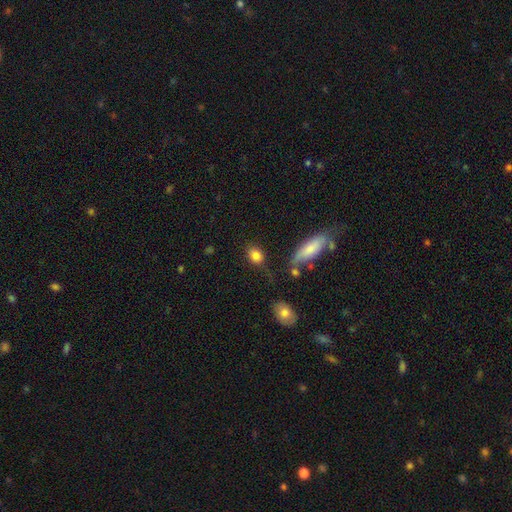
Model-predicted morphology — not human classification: This appears to be a smooth galaxy with no disk features (84%) that is in between round and cigar-shaped (65%). Merging: none (71%).